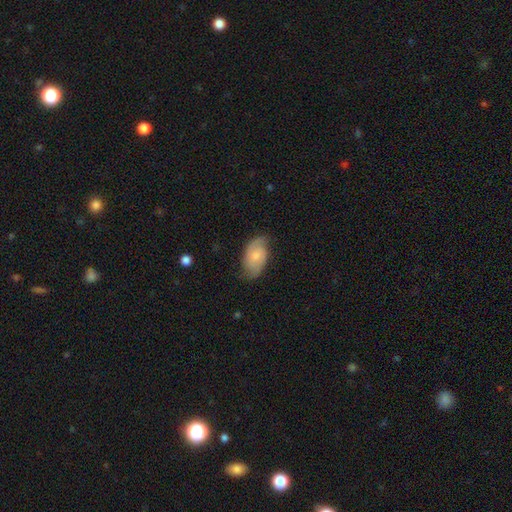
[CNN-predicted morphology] smooth_or_featured: featured or disk (p=0.54) [alt: smooth p=0.40]
disk_edge_on: no (p=0.95) [alt: yes p=0.05]
bar: no (p=0.66) [alt: weak p=0.30]
has_spiral_arms: yes (p=0.86) [alt: no p=0.14]
bulge_size: small (p=0.47) [alt: moderate p=0.43]
merging: none (p=0.68) [alt: minor disturbance p=0.24]